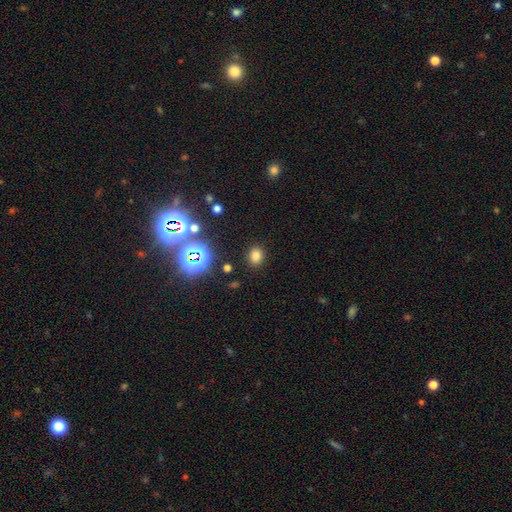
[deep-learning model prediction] Smooth or featured? Predicted: smooth (p=0.73). How rounded? Predicted: round (p=0.63). Merging? Predicted: none (p=0.88).